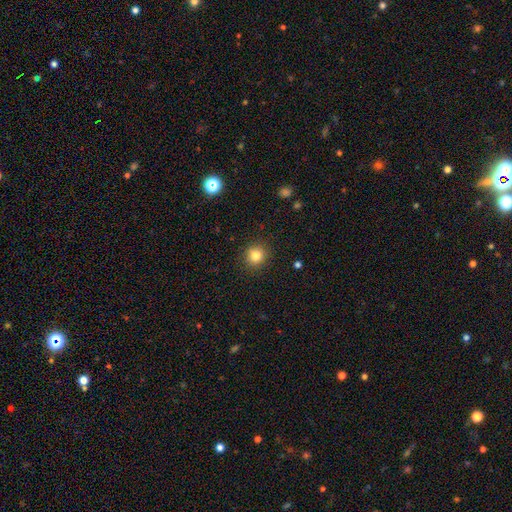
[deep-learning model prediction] Overall: smooth (82%). How rounded: round (90%). Merging: none (90%).